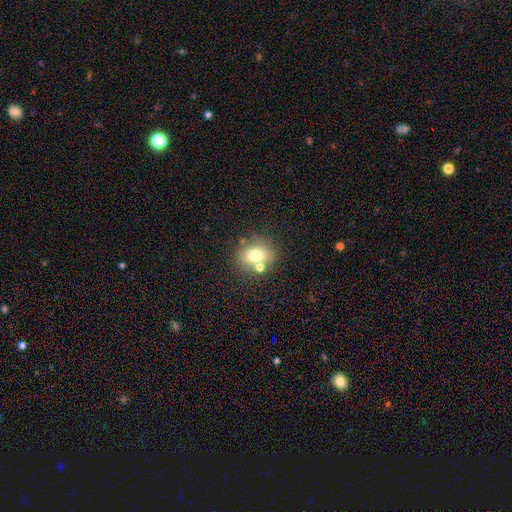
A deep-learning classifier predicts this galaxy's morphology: Smooth or featured? Predicted: smooth (p=0.72). How rounded? Predicted: round (p=0.54). Merging? Predicted: none (p=0.66).